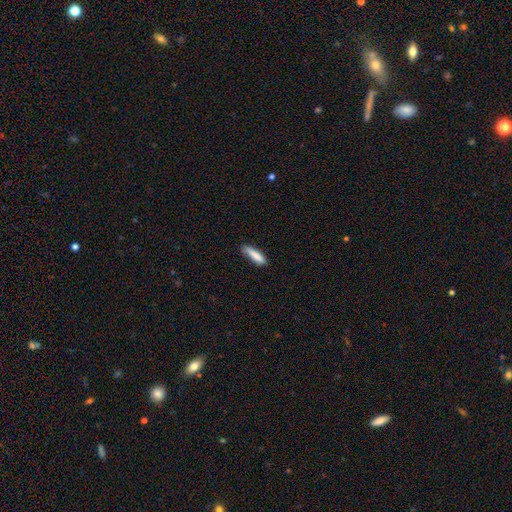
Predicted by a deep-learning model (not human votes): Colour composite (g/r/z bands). It shows a smooth galaxy with no disk features (84%) that is cigar-shaped (76%). Merging: none (77%).